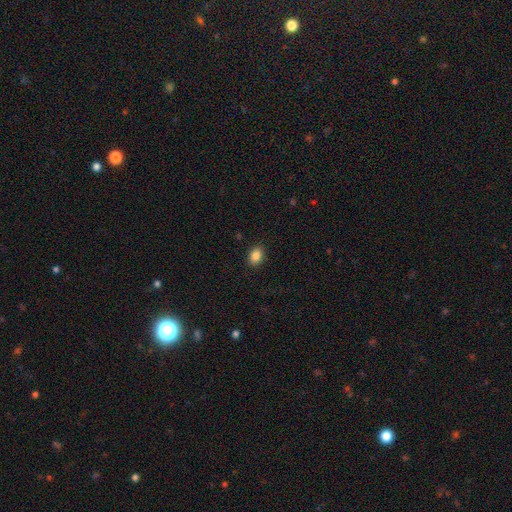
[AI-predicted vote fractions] smooth-or-featured: smooth: 86% | star or artifact: 9% | featured or disk: 5%
  how-rounded: in between: 72% | round: 27% | cigar-shaped: 1%
  merging: none: 89% | minor disturbance: 8% | major disturbance: 2% | merger: 1%